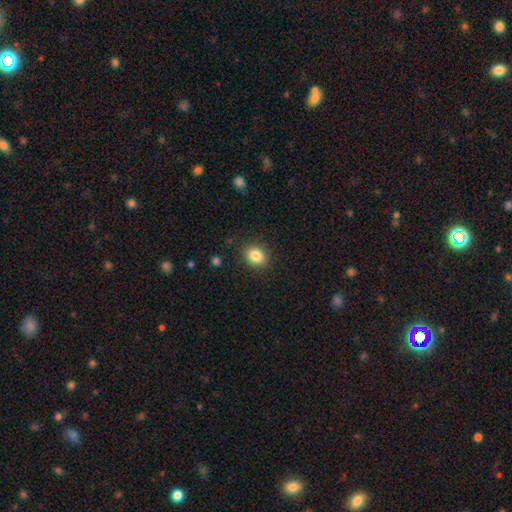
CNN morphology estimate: Overall: smooth (85%). How rounded: round (50%; in between 49%). Merging: none (88%).